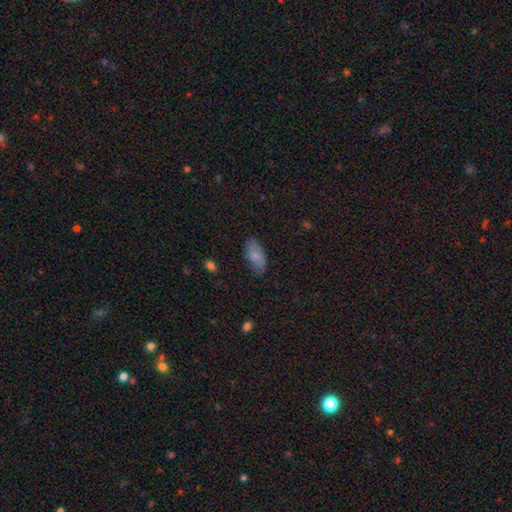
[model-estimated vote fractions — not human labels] A smooth galaxy with no disk features (78%) that is in between round and cigar-shaped (91%).

Vote fractions:
- Smooth or featured? smooth: 78% / featured or disk: 15% / star or artifact: 7%
- How rounded? in between: 91% / cigar-shaped: 6% / round: 3%
- Merging? none: 72% / minor disturbance: 21% / major disturbance: 5% / merger: 1%